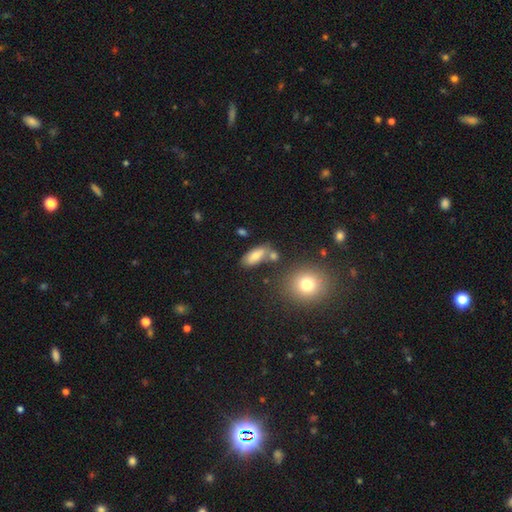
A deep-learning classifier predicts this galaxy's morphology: This is likely a smooth galaxy (72%). How rounded: clearly in between (81%). Merging: possibly none (60%).